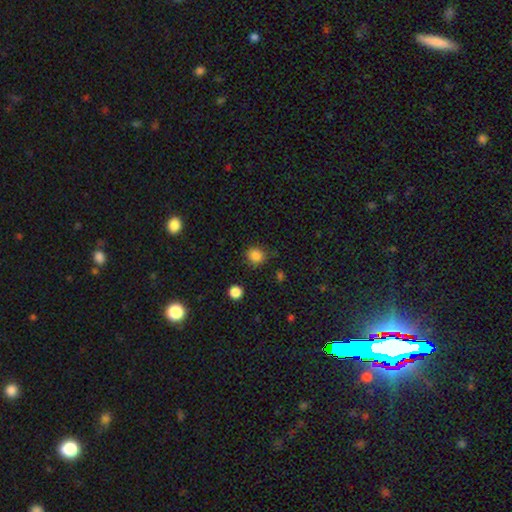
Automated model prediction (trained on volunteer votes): Smooth or featured? smooth (84%)
How rounded? round (84%)
Merging? none (79%)